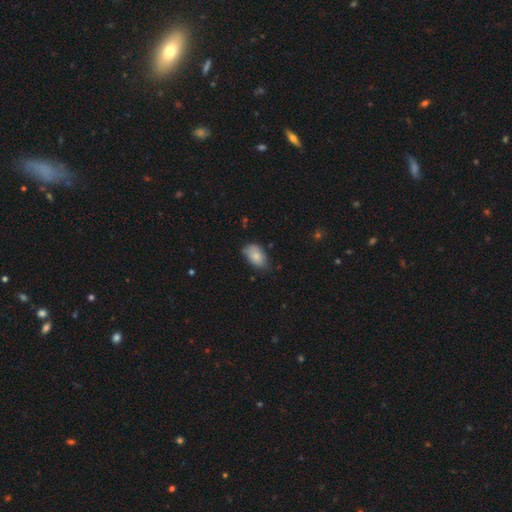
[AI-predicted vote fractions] A smooth galaxy with no disk features (82%) that is in between round and cigar-shaped (91%).

Vote fractions:
- Smooth or featured? smooth: 82% / featured or disk: 11% / star or artifact: 7%
- How rounded? in between: 91% / round: 8% / cigar-shaped: 1%
- Merging? none: 62% / minor disturbance: 31% / major disturbance: 5% / merger: 2%